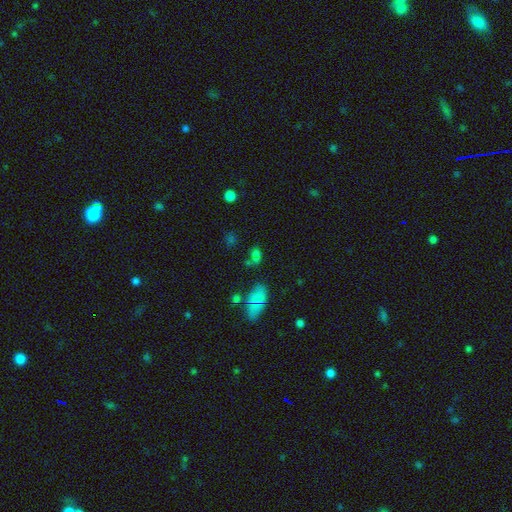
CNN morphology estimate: Smooth or featured?
  - smooth: 59% *
  - star or artifact: 30%
  - featured or disk: 12%
How rounded?
  - in between: 66% *
  - round: 29%
  - cigar-shaped: 5%
Merging?
  - none: 55% *
  - merger: 21%
  - minor disturbance: 16%
  - major disturbance: 9%